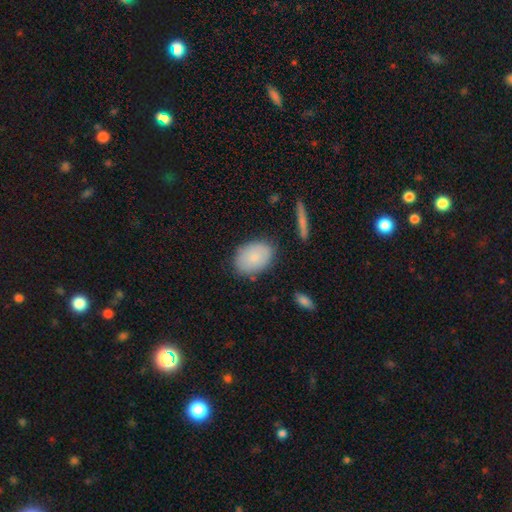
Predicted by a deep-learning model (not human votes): This is clearly a smooth galaxy (80%). How rounded: clearly in between (80%). Merging: likely none (78%).